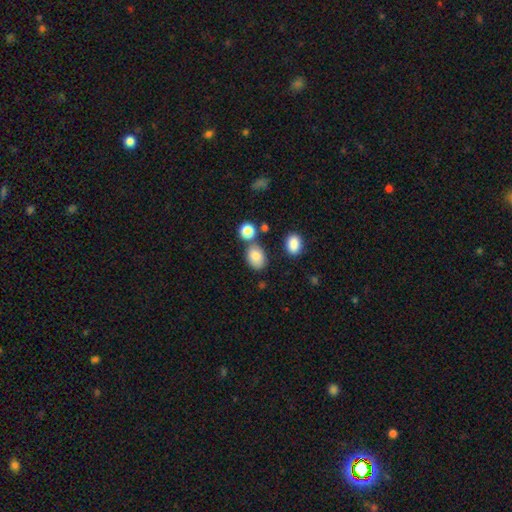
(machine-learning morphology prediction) smooth 83%, star or artifact 10%, featured or disk 7%. Down the decision tree: how rounded — in between (72%); merging — none (67%).